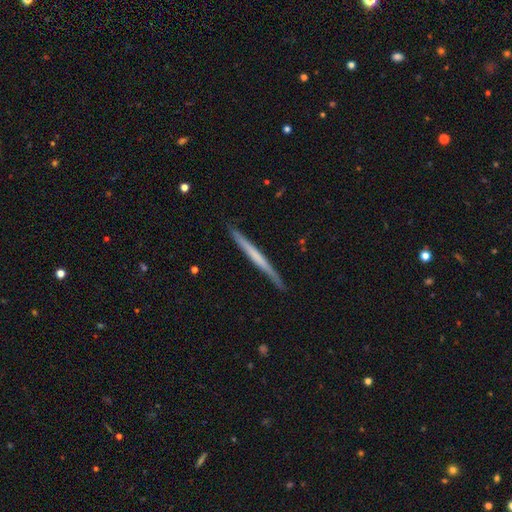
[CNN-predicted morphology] Overall: featured or disk (52%; smooth 43%). Edge-on disk: yes (97%). Edge-on bulge: none (84%). Merging: none (89%).